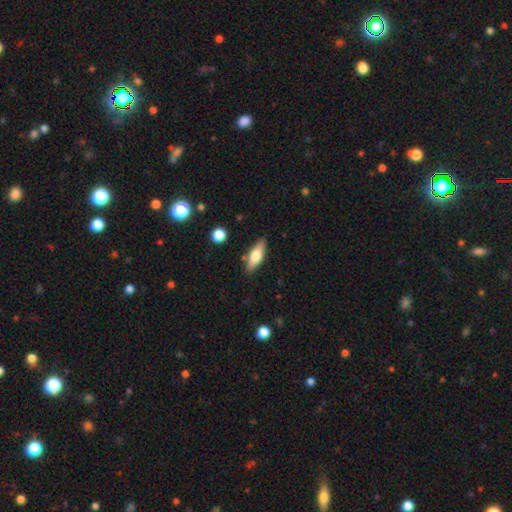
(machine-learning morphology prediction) The model was most divided on "how rounded": in between: 62%, cigar-shaped: 35%, round: 3%. More confident: merging — none (84%); smooth or featured — smooth (62%).